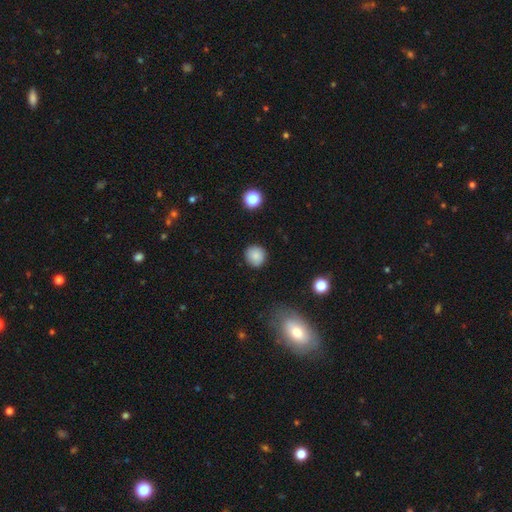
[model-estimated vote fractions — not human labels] Smooth or featured: smooth — 86% (star or artifact — 10%)
How rounded: round — 92% (in between — 7%)
Merging: none — 89% (minor disturbance — 7%)